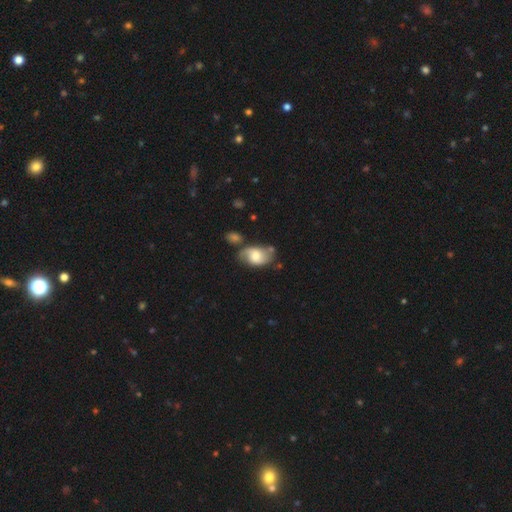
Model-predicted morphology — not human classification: A featured or disk galaxy (54%) with no bar (56%), spiral arms (85%) and a moderate central bulge (58%).

Vote fractions:
- Smooth or featured? featured or disk: 54% / smooth: 38% / star or artifact: 7%
- Edge-on disk? no: 95% / yes: 5%
- Bar? no: 56% / weak: 36% / strong: 7%
- Spiral arms? yes: 85% / no: 15%
- Bulge size? moderate: 58% / small: 21% / large: 16% / none: 3% / dominant: 2%
- Merging? none: 55% / minor disturbance: 24% / merger: 12% / major disturbance: 10%